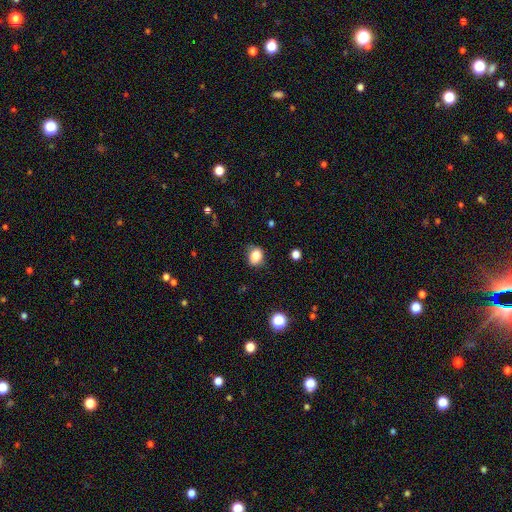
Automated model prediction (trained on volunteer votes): smooth 84%, star or artifact 10%, featured or disk 5%. Down the decision tree: how rounded — round (51%); merging — none (77%).